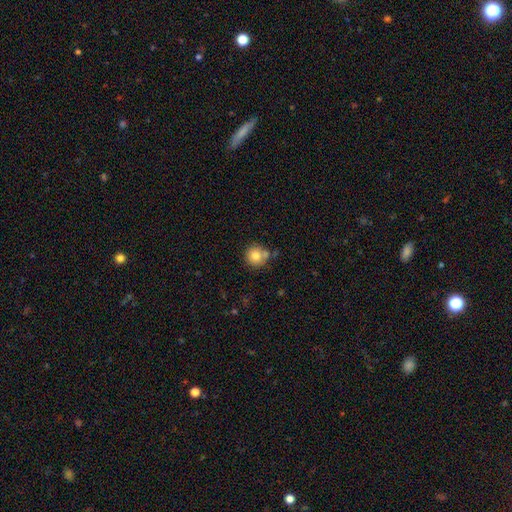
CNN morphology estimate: Q: Smooth or featured?
A: smooth (79%); runner-up: featured or disk (11%)
Q: How rounded?
A: round (93%); runner-up: in between (6%)
Q: Merging?
A: none (68%); runner-up: merger (17%)